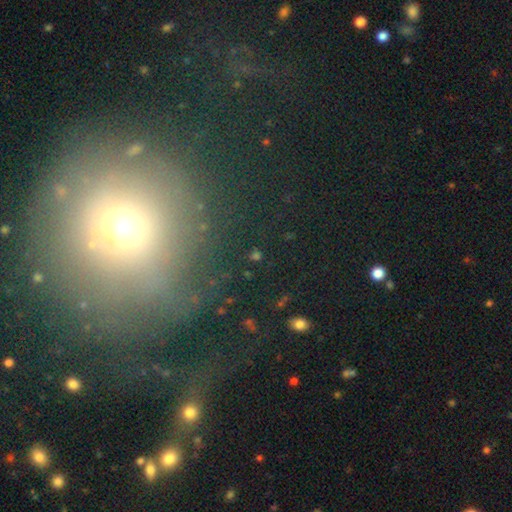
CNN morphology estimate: smooth_or_featured: star or artifact (p=0.45) [alt: smooth p=0.38]